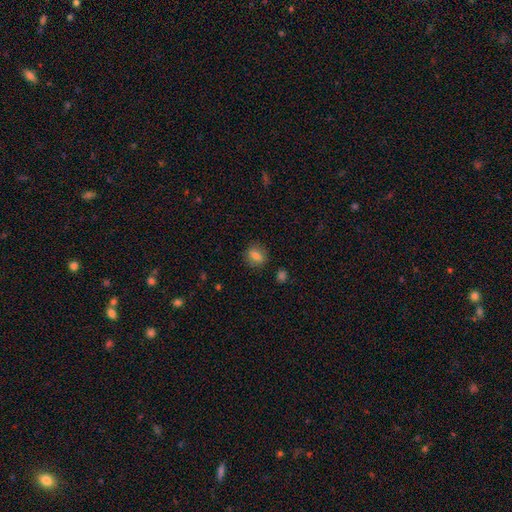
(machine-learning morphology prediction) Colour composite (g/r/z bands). It shows a smooth galaxy with no disk features (78%) that is round (63%). Merging: none (85%).